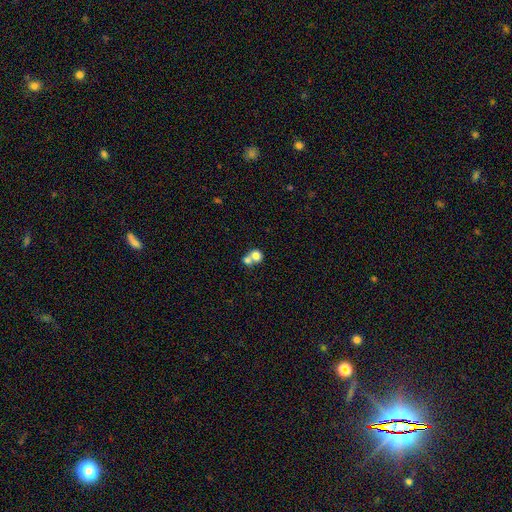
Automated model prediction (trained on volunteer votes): Q: Smooth or featured?
A: smooth (75%); runner-up: featured or disk (16%)
Q: How rounded?
A: round (71%); runner-up: in between (28%)
Q: Merging?
A: merger (68%); runner-up: none (23%)